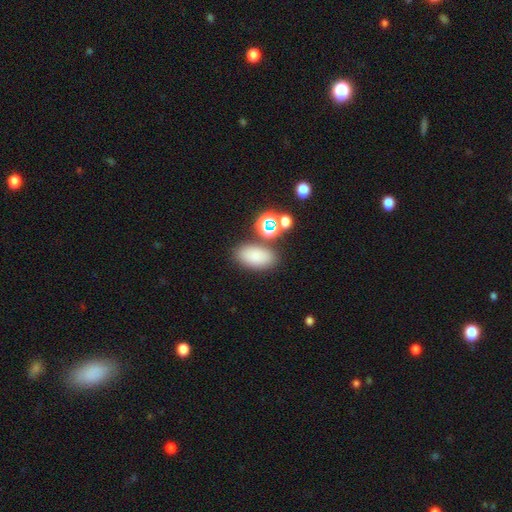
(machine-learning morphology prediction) This is likely a smooth galaxy (75%). How rounded: clearly in between (88%). Merging: likely none (76%).